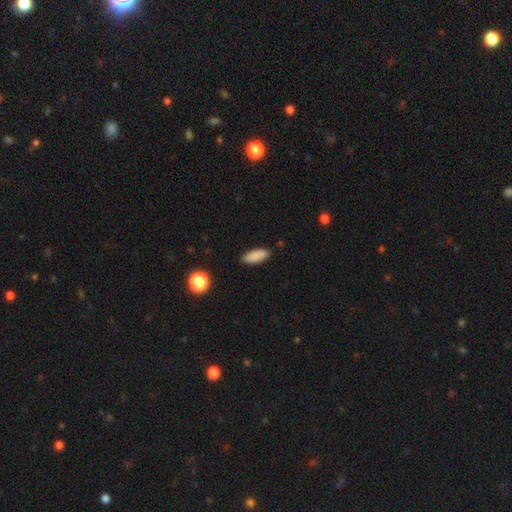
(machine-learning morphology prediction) Smooth or featured? Predicted: smooth (p=0.88). How rounded? Predicted: in between (p=0.73). Merging? Predicted: none (p=0.88).